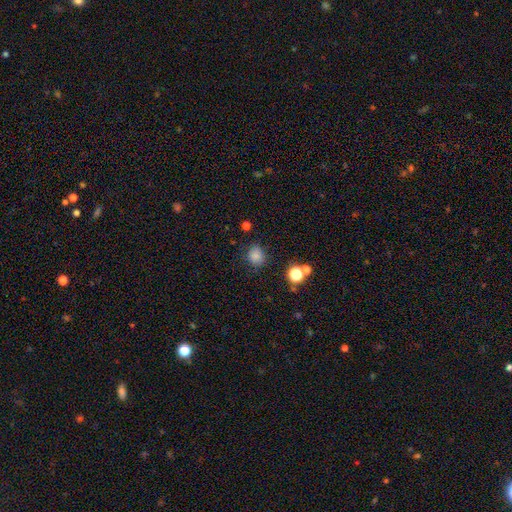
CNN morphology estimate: Overall: smooth (80%). How rounded: round (69%; in between 30%). Merging: none (77%).